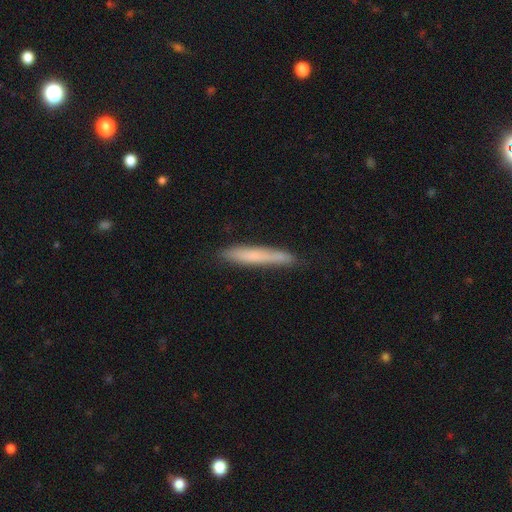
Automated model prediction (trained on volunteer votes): smooth 68%, featured or disk 26%, star or artifact 7%. Down the decision tree: how rounded — cigar-shaped (95%); merging — none (83%).